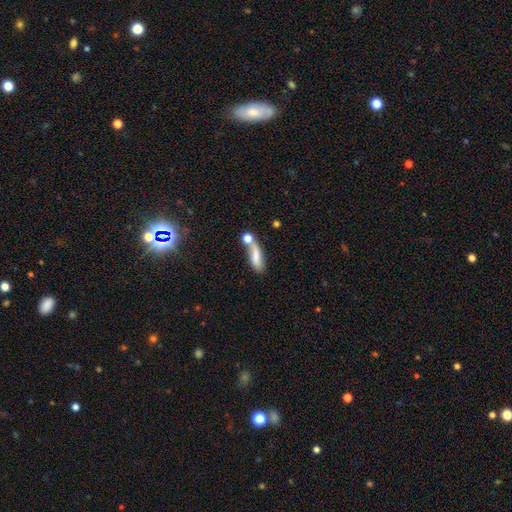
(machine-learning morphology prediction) smooth_or_featured: smooth (p=0.71) [alt: featured or disk p=0.20]
how_rounded: cigar-shaped (p=0.49) [alt: in between p=0.46]
merging: none (p=0.45) [alt: merger p=0.28]